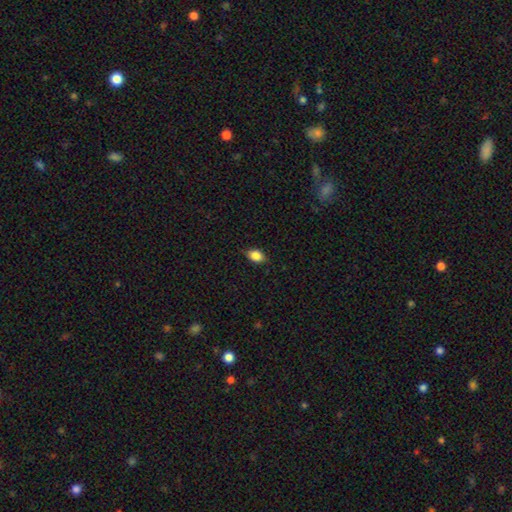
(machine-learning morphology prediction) Smooth or featured? smooth (85%)
How rounded? in between (81%)
Merging? none (83%)